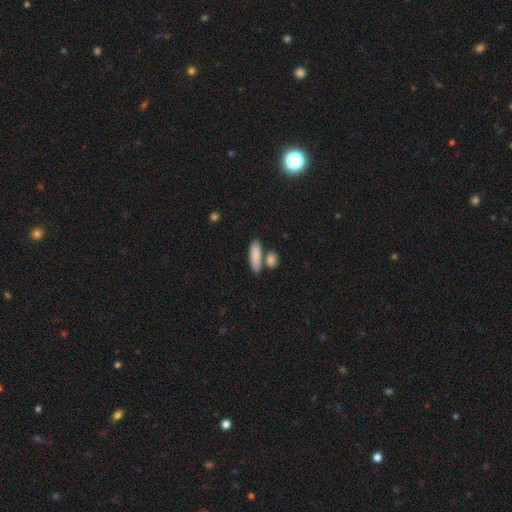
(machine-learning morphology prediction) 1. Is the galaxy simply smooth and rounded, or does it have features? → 86% smooth, 8% featured or disk, 6% star or artifact.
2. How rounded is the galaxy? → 62% in between, 35% cigar-shaped, 3% round.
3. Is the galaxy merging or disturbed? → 67% none, 17% merger, 12% minor disturbance, 3% major disturbance.